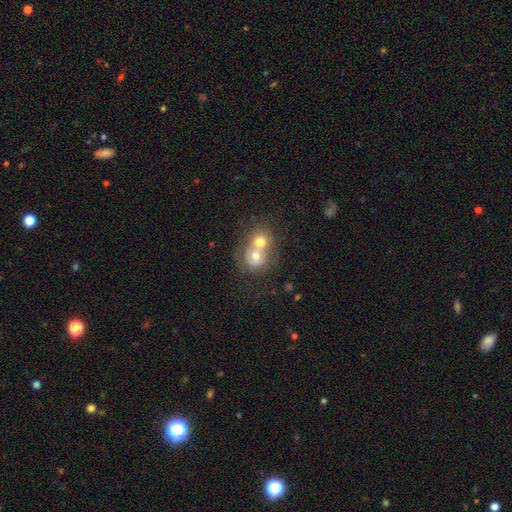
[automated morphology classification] The model was most divided on "smooth or featured": smooth: 62%, featured or disk: 28%, star or artifact: 10%. More confident: merging — merger (73%); how rounded — round (71%).